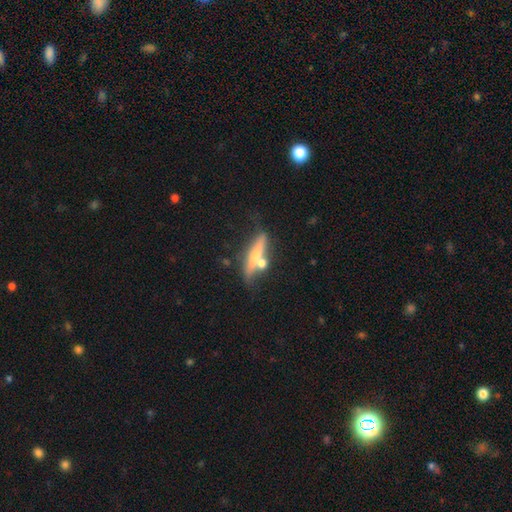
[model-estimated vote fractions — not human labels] Q: Smooth or featured?
A: featured or disk (55%); runner-up: smooth (38%)
Q: Edge-on disk?
A: yes (81%); runner-up: no (19%)
Q: Merging?
A: none (51%); runner-up: merger (23%)